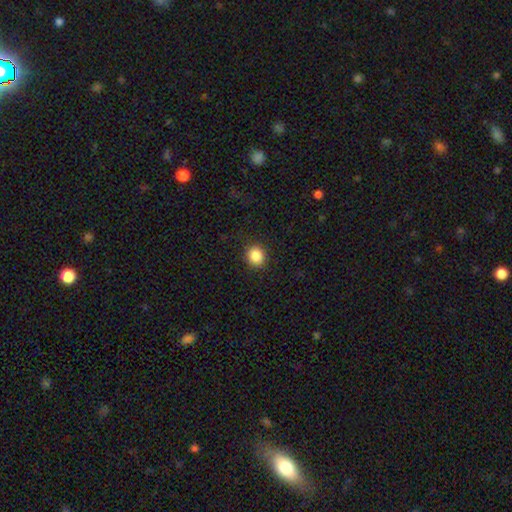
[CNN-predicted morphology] This is clearly a smooth galaxy (87%). How rounded: clearly round (86%). Merging: clearly none (90%).